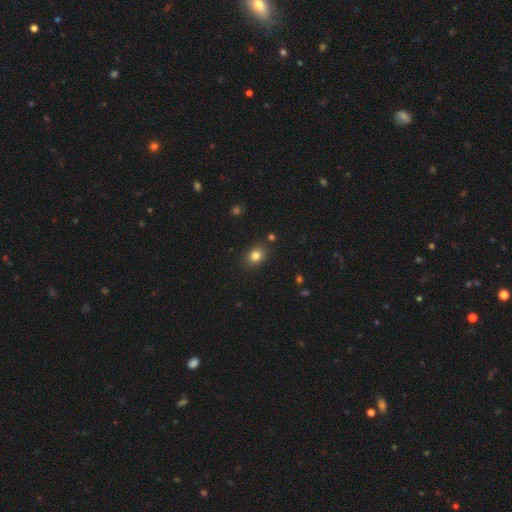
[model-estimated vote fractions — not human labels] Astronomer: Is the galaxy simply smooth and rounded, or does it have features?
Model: smooth — 81%.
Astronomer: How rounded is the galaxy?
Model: in between — 60% (runner-up: round, 39%).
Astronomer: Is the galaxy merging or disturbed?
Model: none — 84%.